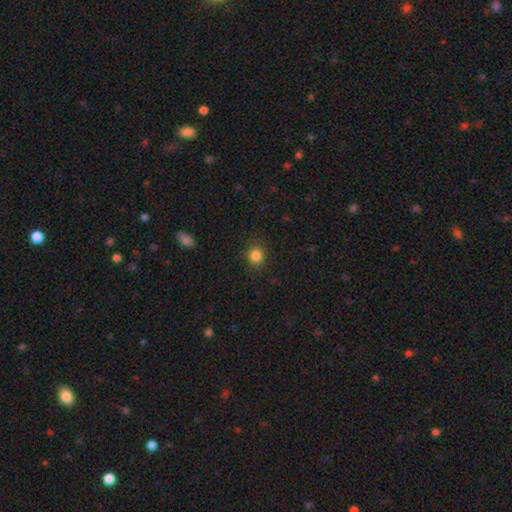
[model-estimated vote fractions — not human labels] This appears to be a smooth galaxy with no disk features (84%) that is round (87%). Merging: none (88%).